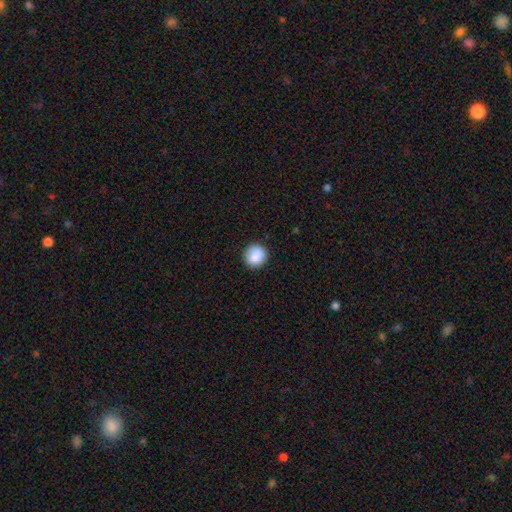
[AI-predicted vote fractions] smooth_or_featured: smooth (p=0.87) [alt: star or artifact p=0.08]
how_rounded: round (p=0.90) [alt: in between p=0.09]
merging: none (p=0.88) [alt: minor disturbance p=0.09]